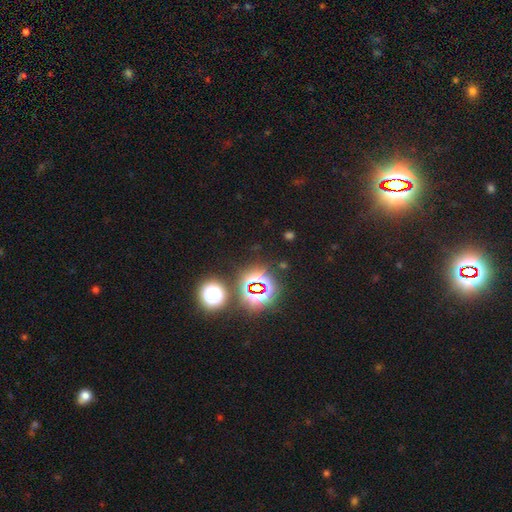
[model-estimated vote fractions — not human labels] Smooth or featured: star or artifact — 77% (smooth — 15%)